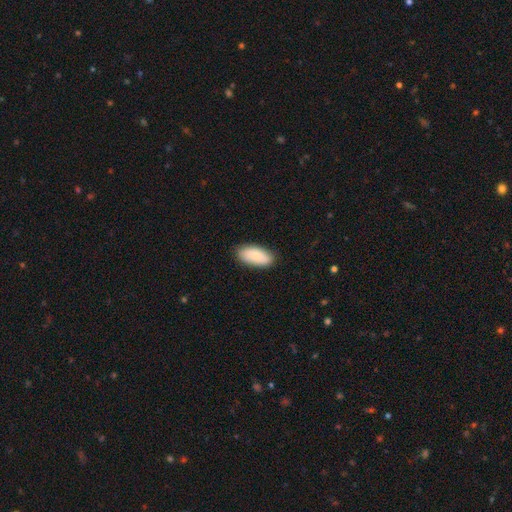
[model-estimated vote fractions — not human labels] Smooth or featured? Predicted: smooth (p=0.79). How rounded? Predicted: in between (p=0.93). Merging? Predicted: none (p=0.84).